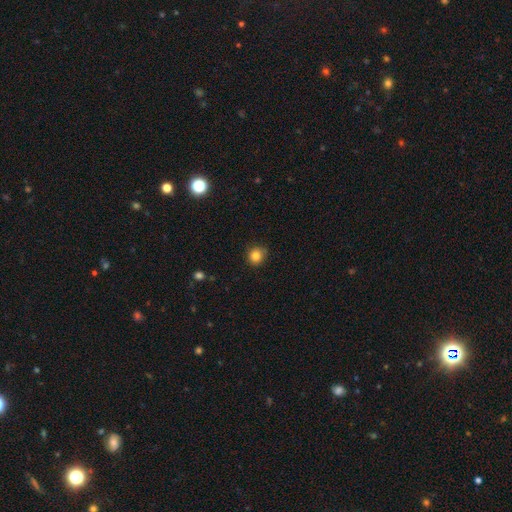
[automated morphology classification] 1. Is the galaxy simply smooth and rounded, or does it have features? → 84% smooth, 11% star or artifact, 5% featured or disk.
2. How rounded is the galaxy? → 88% round, 11% in between, 1% cigar-shaped.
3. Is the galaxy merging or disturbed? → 84% none, 12% minor disturbance, 2% major disturbance, 1% merger.